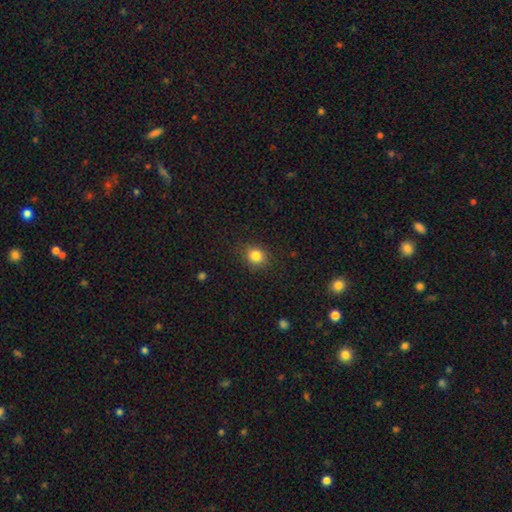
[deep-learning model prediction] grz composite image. It shows a smooth galaxy with no disk features (83%) that is round (77%). Merging: none (84%).